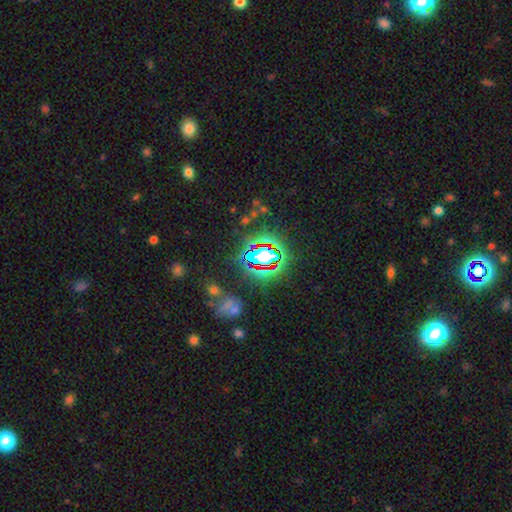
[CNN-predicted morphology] star or artifact 77%, smooth 14%, featured or disk 9%.